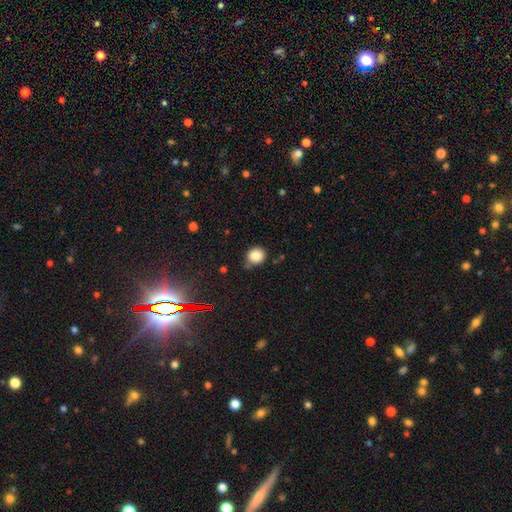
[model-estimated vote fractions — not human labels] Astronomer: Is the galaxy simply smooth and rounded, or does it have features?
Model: smooth — 84%.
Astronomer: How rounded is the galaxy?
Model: round — 79%.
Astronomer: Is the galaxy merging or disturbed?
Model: none — 69%.